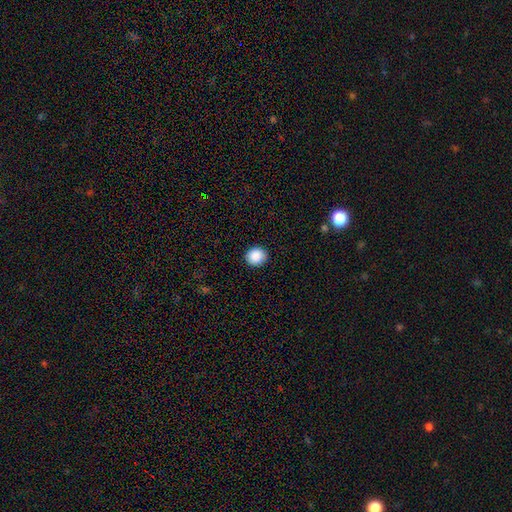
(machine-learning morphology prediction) The model was most divided on "how rounded": round: 86%, in between: 13%, cigar-shaped: 1%. More confident: merging — none (92%); smooth or featured — smooth (88%).